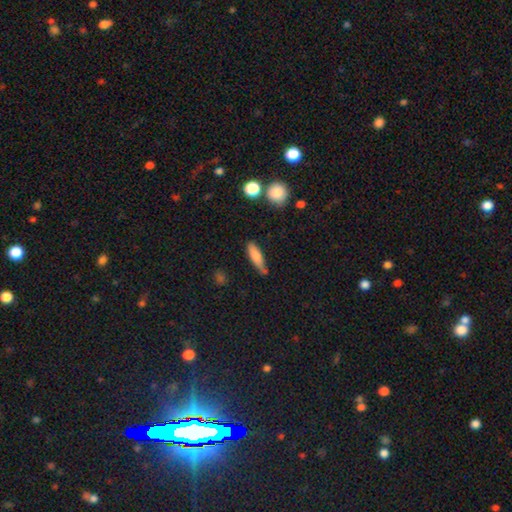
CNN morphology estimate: smooth 77%, featured or disk 16%, star or artifact 7%. Down the decision tree: how rounded — cigar-shaped (60%); merging — none (61%).